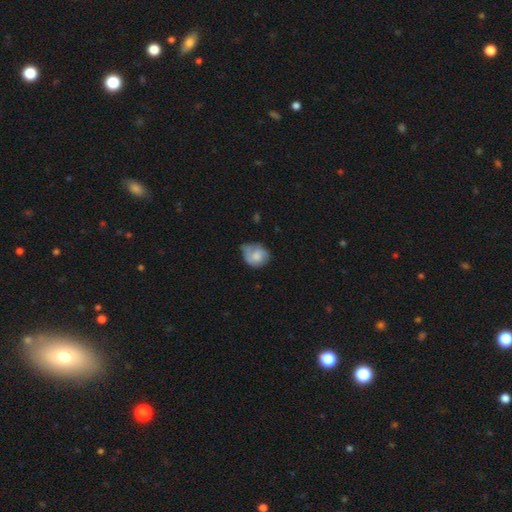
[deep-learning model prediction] Overall: smooth (61%; featured or disk 32%). How rounded: round (60%; in between 39%). Merging: minor disturbance (40%, tied with none).